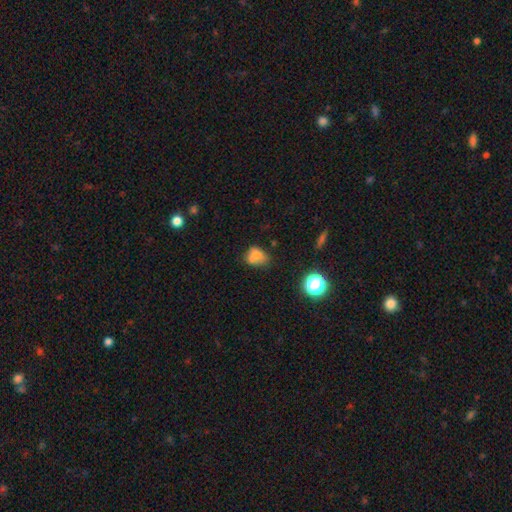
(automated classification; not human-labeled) smooth_or_featured: smooth (p=0.67) [alt: featured or disk p=0.19]
how_rounded: in between (p=0.58) [alt: round p=0.40]
merging: merger (p=0.39) [alt: none p=0.33]